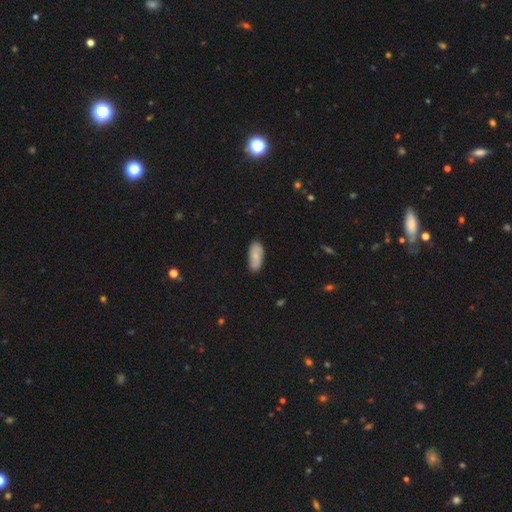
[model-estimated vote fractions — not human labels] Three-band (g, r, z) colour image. It shows a smooth galaxy with no disk features (70%) that is in between round and cigar-shaped (88%). Merging: none (79%).